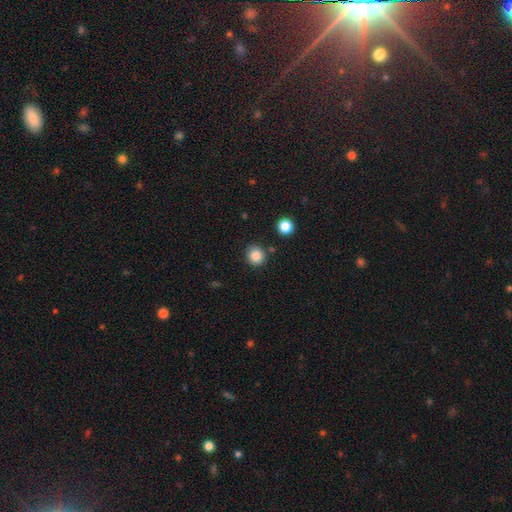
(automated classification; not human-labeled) smooth 85%, star or artifact 11%, featured or disk 5%. Down the decision tree: how rounded — round (88%); merging — none (85%).